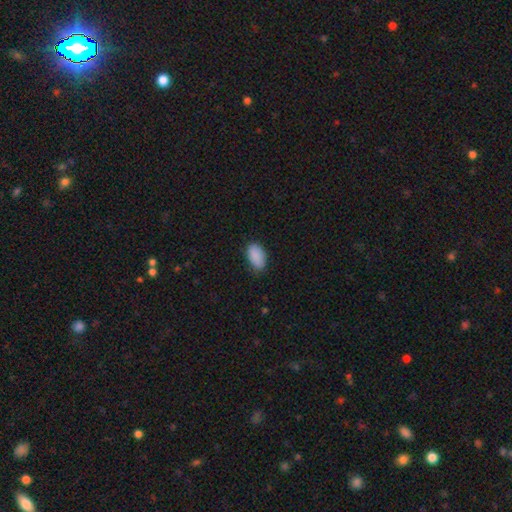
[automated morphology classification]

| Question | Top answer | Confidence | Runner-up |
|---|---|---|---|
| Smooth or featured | smooth | 89% | star or artifact (7%) |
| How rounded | in between | 94% | round (4%) |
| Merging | none | 78% | minor disturbance (18%) |